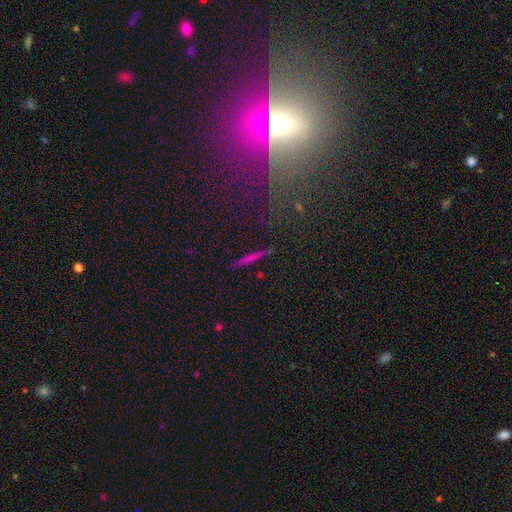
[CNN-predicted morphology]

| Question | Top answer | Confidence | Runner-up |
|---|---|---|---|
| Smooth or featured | smooth | 52% | featured or disk (30%) |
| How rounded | cigar-shaped | 92% | in between (5%) |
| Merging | none | 90% | minor disturbance (7%) |